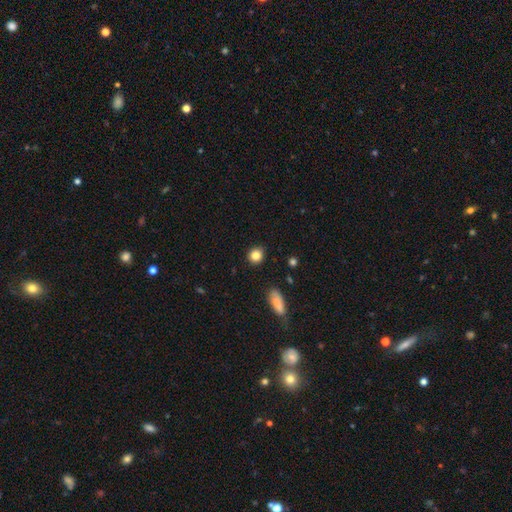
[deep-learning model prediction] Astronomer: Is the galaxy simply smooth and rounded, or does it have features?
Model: smooth — 85%.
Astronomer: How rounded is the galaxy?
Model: round — 79%.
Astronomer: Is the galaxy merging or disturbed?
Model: none — 89%.